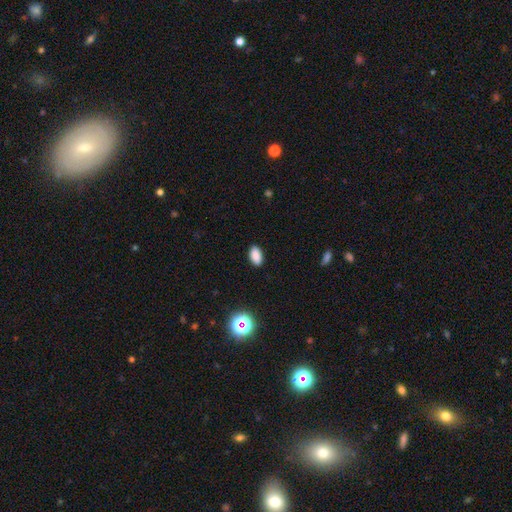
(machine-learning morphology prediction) A smooth galaxy with no disk features (86%) that is in between round and cigar-shaped (92%). Merging: none (88%).